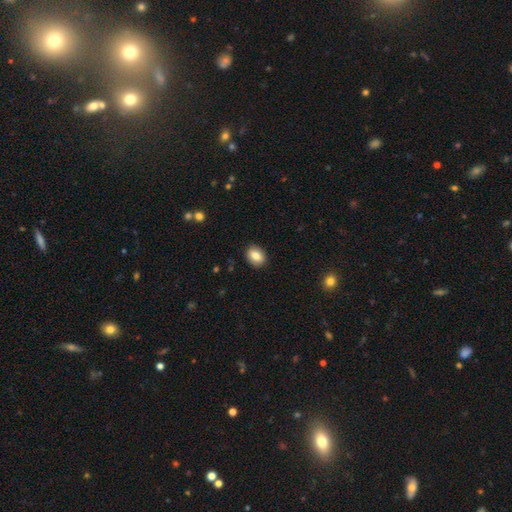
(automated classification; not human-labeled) Smooth or featured? Predicted: smooth (p=0.83). How rounded? Predicted: in between (p=0.60). Merging? Predicted: none (p=0.90).